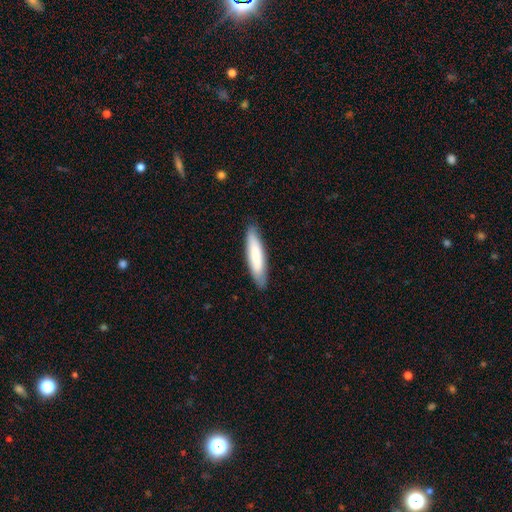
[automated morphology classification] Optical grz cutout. It shows a smooth galaxy with no disk features (75%) that is cigar-shaped (74%). Merging: none (85%).